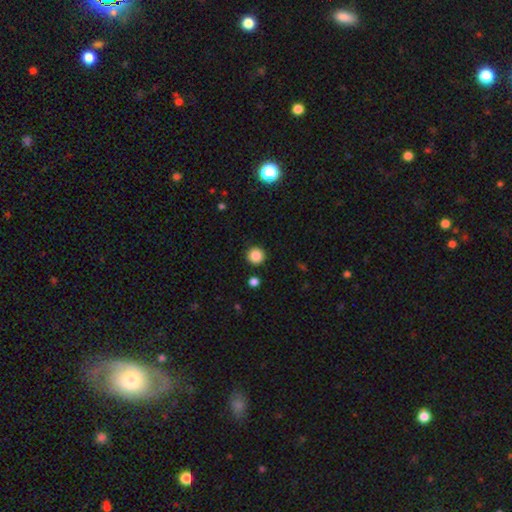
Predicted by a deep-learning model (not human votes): Smooth or featured? smooth (85%)
How rounded? round (95%)
Merging? none (91%)